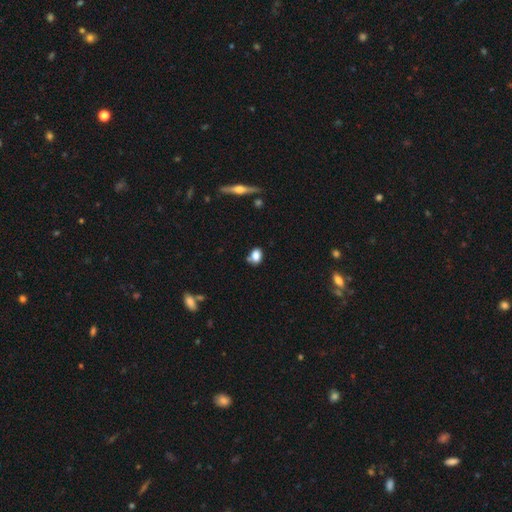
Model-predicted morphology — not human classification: smooth_or_featured: smooth (p=0.80) [alt: star or artifact p=0.10]
how_rounded: in between (p=0.69) [alt: round p=0.29]
merging: none (p=0.63) [alt: minor disturbance p=0.21]